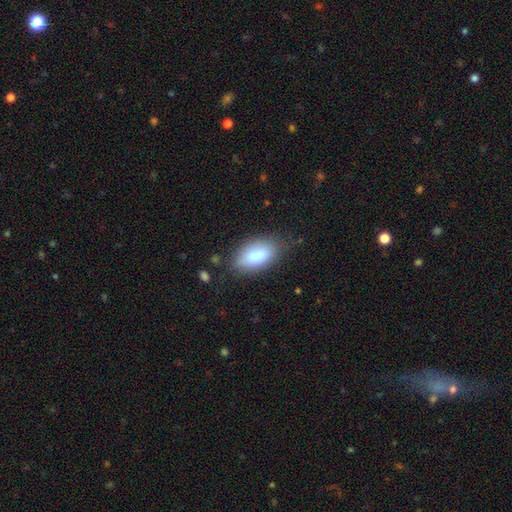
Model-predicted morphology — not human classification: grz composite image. It shows a smooth galaxy with no disk features (82%) that is in between round and cigar-shaped (91%). Merging: none (73%).